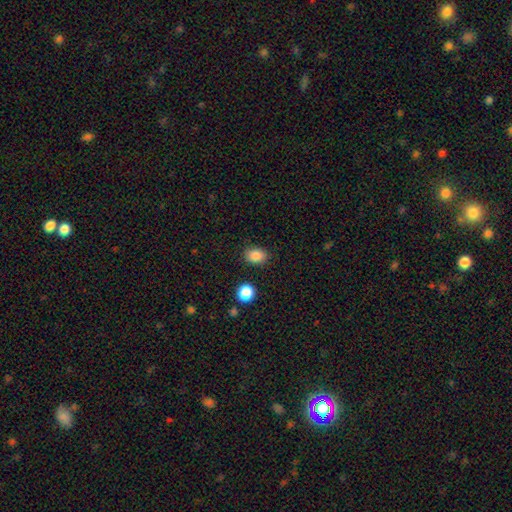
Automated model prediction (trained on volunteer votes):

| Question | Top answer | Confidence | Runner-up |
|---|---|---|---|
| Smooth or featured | smooth | 87% | star or artifact (10%) |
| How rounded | in between | 67% | round (32%) |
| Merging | none | 85% | minor disturbance (9%) |